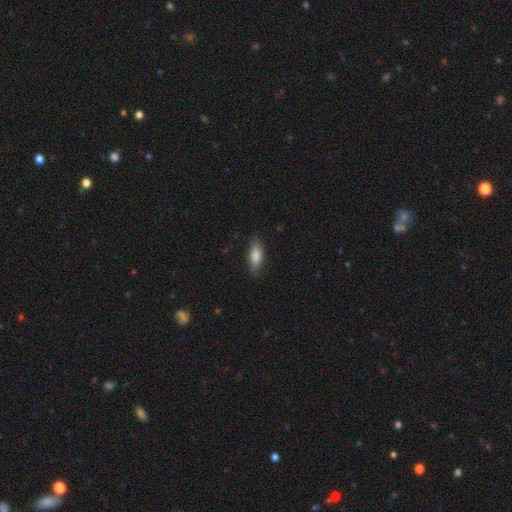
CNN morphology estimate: The model was most divided on "how rounded": in between: 67%, cigar-shaped: 31%, round: 2%. More confident: merging — none (84%); smooth or featured — smooth (82%).